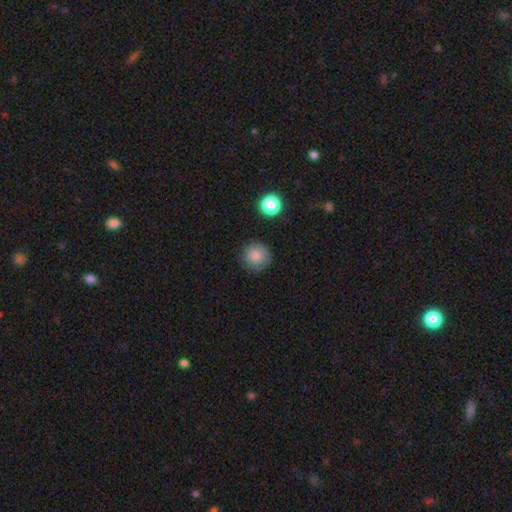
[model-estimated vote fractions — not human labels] Morphology: type=smooth (78%); roundness=round (93%); merging=none (81%).